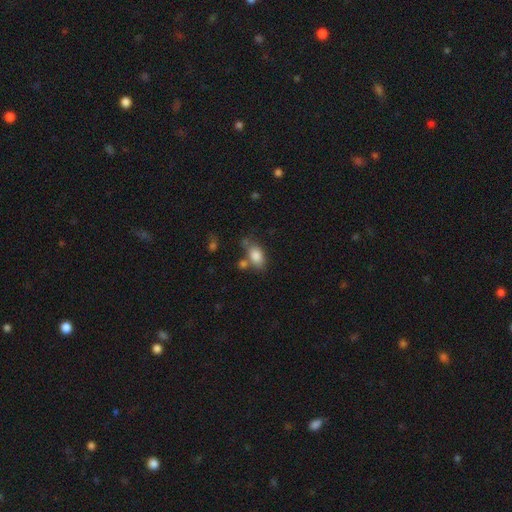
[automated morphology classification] The model was most divided on "merging": none: 58%, minor disturbance: 20%, merger: 15%, major disturbance: 7%. More confident: how rounded — in between (87%); smooth or featured — smooth (83%).